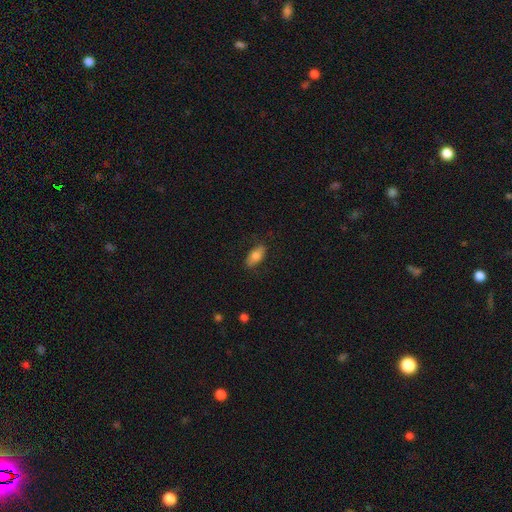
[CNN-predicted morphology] This appears to be a smooth galaxy with no disk features (76%) that is in between round and cigar-shaped (86%). Merging: none (80%).